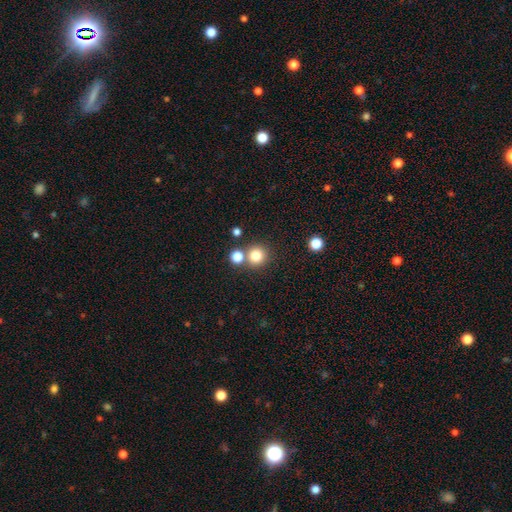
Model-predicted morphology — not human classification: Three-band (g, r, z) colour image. It shows a smooth galaxy with no disk features (80%) that is round (93%). Merging: none (74%).